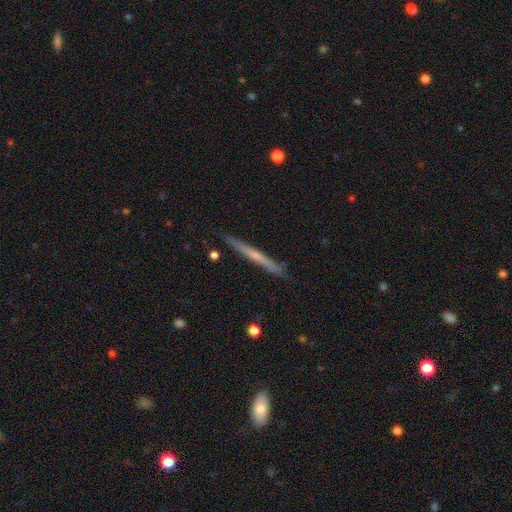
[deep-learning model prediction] featured or disk 56%, smooth 38%, star or artifact 6%. Down the decision tree: edge-on disk — yes (97%); edge-on bulge — none (59%); merging — none (89%).